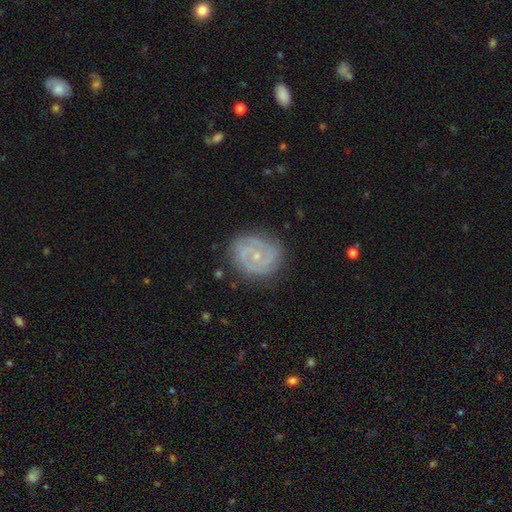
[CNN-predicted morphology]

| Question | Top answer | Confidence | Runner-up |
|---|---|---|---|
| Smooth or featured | featured or disk | 83% | smooth (11%) |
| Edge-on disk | no | 98% | yes (2%) |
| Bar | no | 68% | weak (26%) |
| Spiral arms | yes | 94% | no (6%) |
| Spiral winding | tight | 65% | medium (29%) |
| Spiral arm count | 2 | 59% | 3 (16%) |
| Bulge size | small | 70% | moderate (27%) |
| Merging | none | 80% | minor disturbance (14%) |